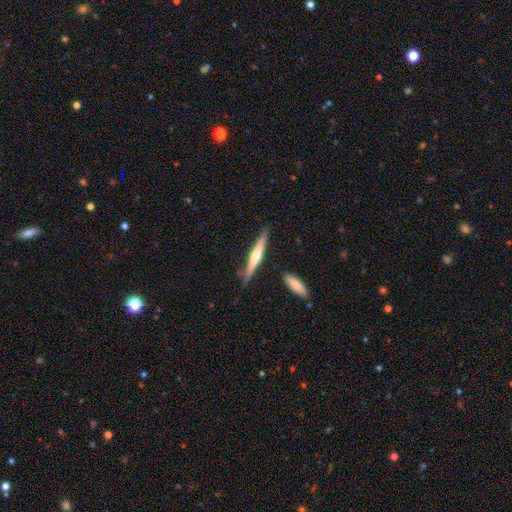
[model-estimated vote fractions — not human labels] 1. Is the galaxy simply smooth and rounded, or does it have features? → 56% featured or disk, 39% smooth, 5% star or artifact.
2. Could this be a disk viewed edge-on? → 97% yes, 3% no.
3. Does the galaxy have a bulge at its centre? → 76% rounded, 18% none, 6% boxy.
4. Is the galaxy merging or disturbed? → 83% none, 11% minor disturbance, 4% merger, 2% major disturbance.